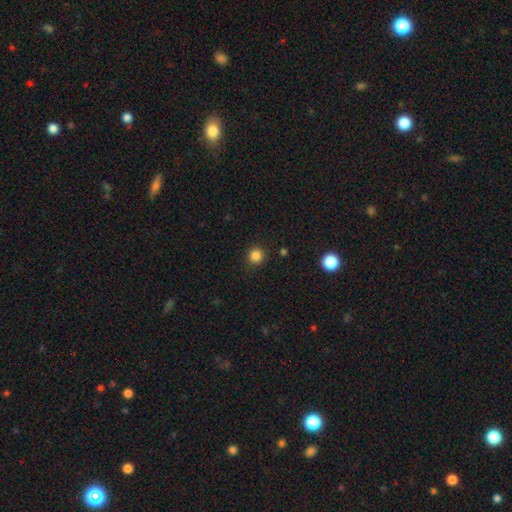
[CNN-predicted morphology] type=smooth (85%); roundness=round (93%); merging=none (90%).